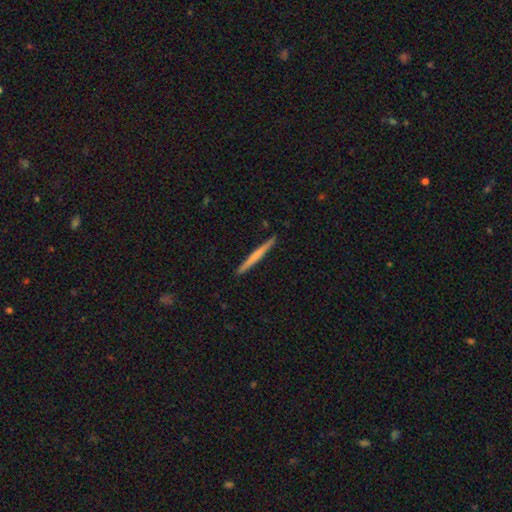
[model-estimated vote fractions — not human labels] This is possibly a smooth galaxy (54%). How rounded: clearly cigar-shaped (97%). Merging: clearly none (91%).